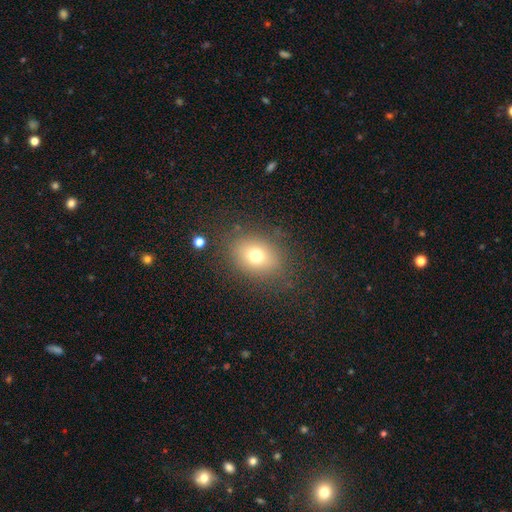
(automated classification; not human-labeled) smooth-or-featured: smooth: 72% | star or artifact: 14% | featured or disk: 13%
  how-rounded: in between: 56% | round: 43% | cigar-shaped: 1%
  merging: none: 81% | minor disturbance: 11% | major disturbance: 6% | merger: 2%